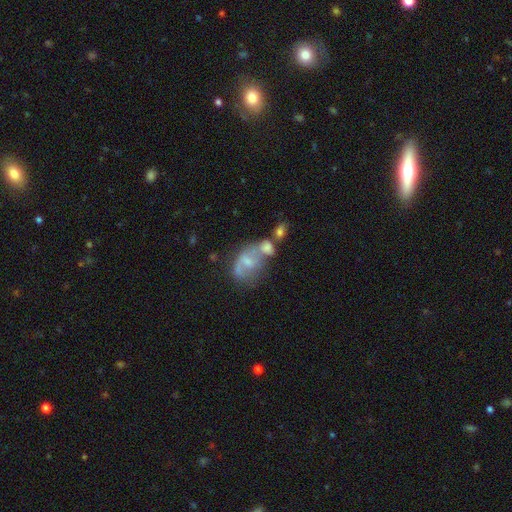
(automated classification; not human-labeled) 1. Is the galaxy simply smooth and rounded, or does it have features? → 50% featured or disk, 30% smooth, 20% star or artifact.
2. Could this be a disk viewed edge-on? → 90% no, 10% yes.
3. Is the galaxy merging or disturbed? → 40% none, 33% merger, 16% minor disturbance, 11% major disturbance.